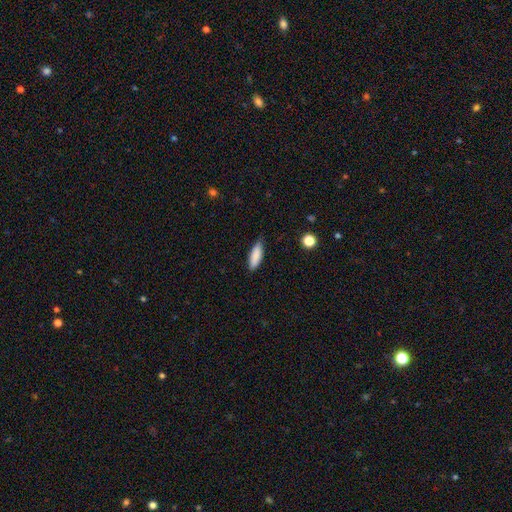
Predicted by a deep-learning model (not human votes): Overall: smooth (87%). How rounded: in between (55%; cigar-shaped 43%). Merging: none (78%).